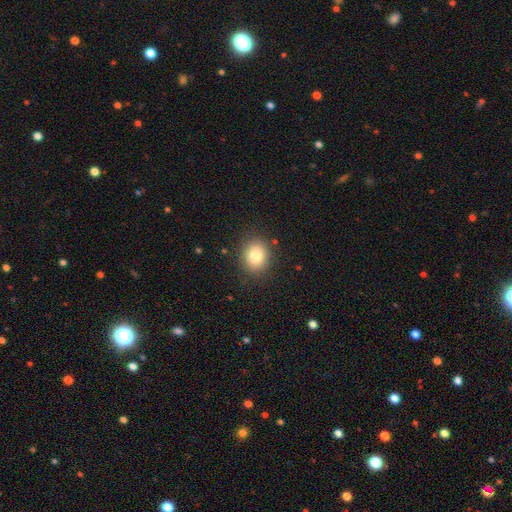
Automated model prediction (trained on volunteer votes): Q: Smooth or featured?
A: smooth (81%); runner-up: star or artifact (11%)
Q: How rounded?
A: round (69%); runner-up: in between (30%)
Q: Merging?
A: none (87%); runner-up: minor disturbance (9%)